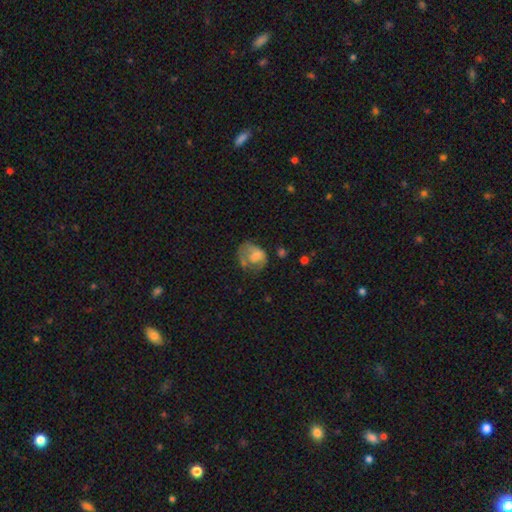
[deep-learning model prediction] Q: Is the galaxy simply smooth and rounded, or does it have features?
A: smooth — 56%.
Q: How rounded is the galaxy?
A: in between — 52%.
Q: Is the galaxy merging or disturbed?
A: major disturbance — 35%.